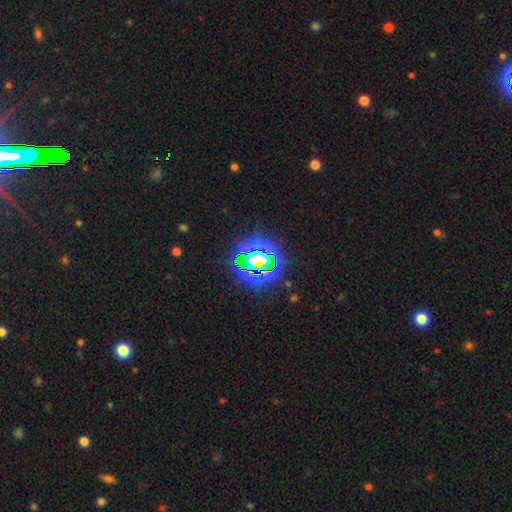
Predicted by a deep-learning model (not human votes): star or artifact 74%, smooth 15%, featured or disk 11%.